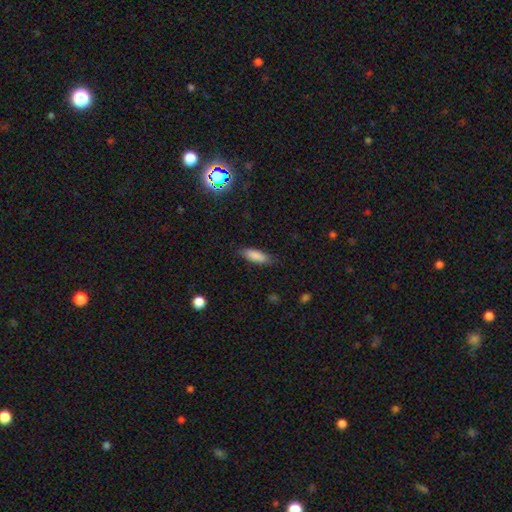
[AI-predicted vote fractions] This is clearly a smooth galaxy (86%). How rounded: likely in between (61%). Merging: clearly none (82%).